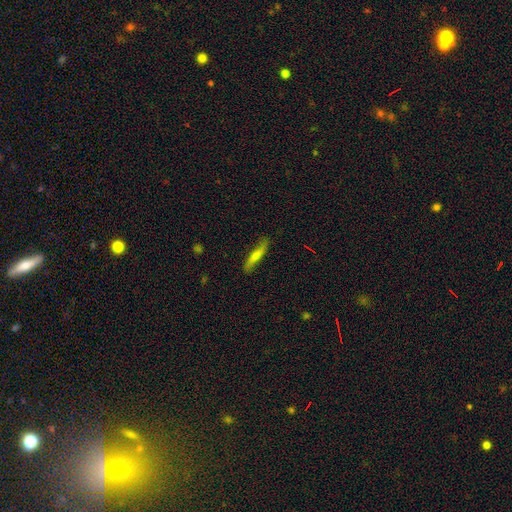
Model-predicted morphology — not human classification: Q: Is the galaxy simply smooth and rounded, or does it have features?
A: smooth — 57%.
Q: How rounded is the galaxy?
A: cigar-shaped — 88%.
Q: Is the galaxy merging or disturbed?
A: none — 81%.